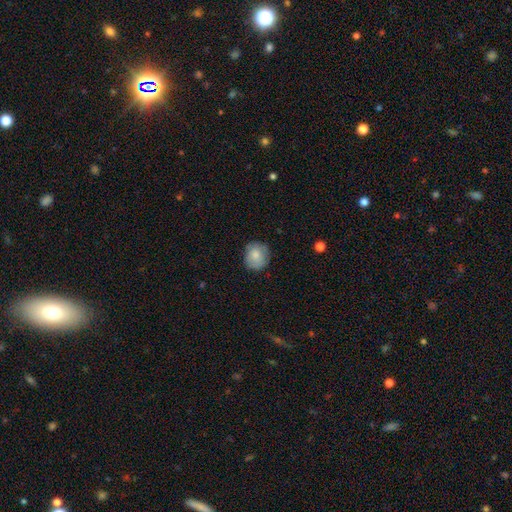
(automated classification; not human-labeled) Overall: smooth (79%). How rounded: round (79%). Merging: none (77%).